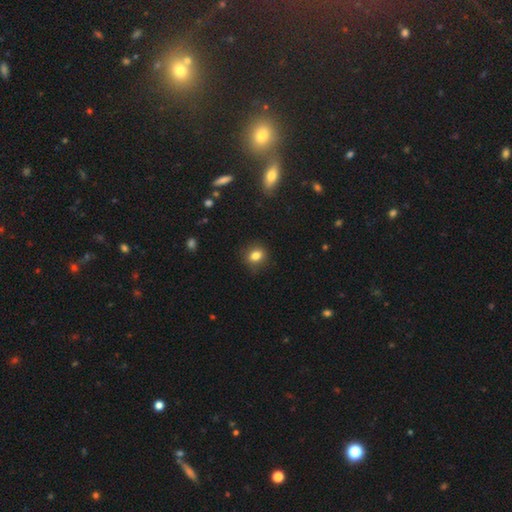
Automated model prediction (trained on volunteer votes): Smooth or featured?
  - smooth: 81% *
  - star or artifact: 11%
  - featured or disk: 8%
How rounded?
  - round: 63% *
  - in between: 36%
  - cigar-shaped: 1%
Merging?
  - none: 85% *
  - minor disturbance: 11%
  - major disturbance: 3%
  - merger: 1%